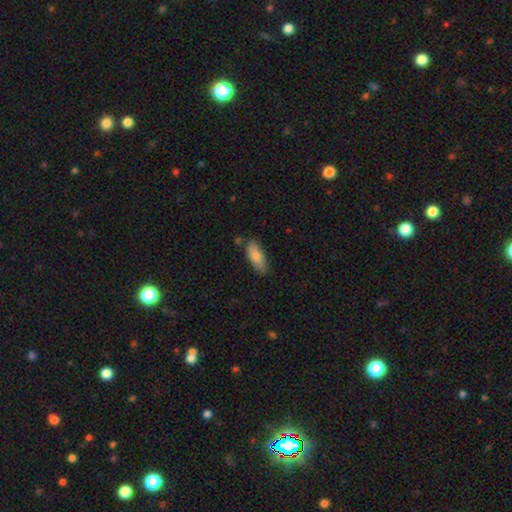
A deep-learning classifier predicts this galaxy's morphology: Smooth or featured?
  - smooth: 79% *
  - featured or disk: 15%
  - star or artifact: 6%
How rounded?
  - in between: 76% *
  - cigar-shaped: 22%
  - round: 2%
Merging?
  - none: 76% *
  - minor disturbance: 18%
  - merger: 3%
  - major disturbance: 3%